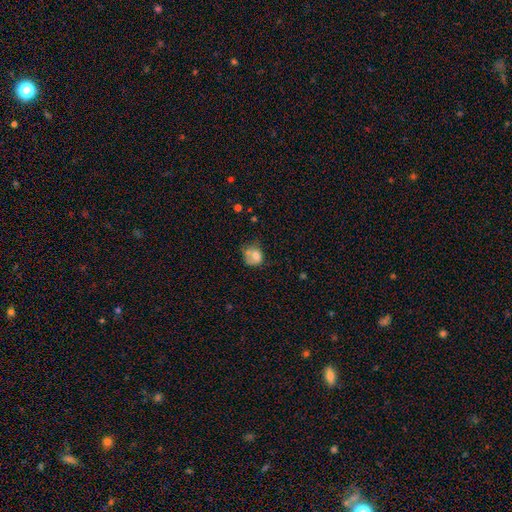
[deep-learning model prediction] smooth 70%, featured or disk 20%, star or artifact 10%. Down the decision tree: how rounded — round (62%); merging — none (33%).